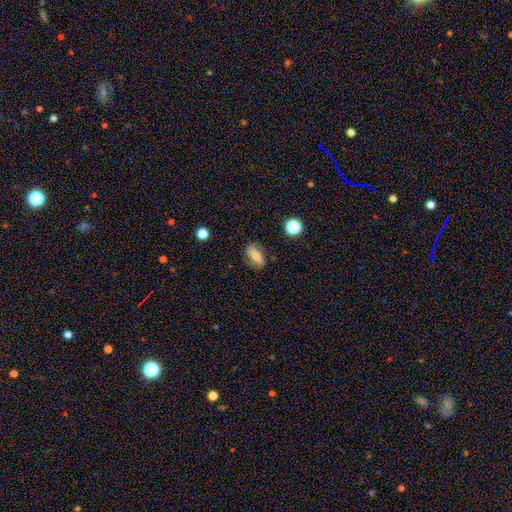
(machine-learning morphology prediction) Smooth or featured? smooth (68%)
How rounded? in between (82%)
Merging? none (75%)